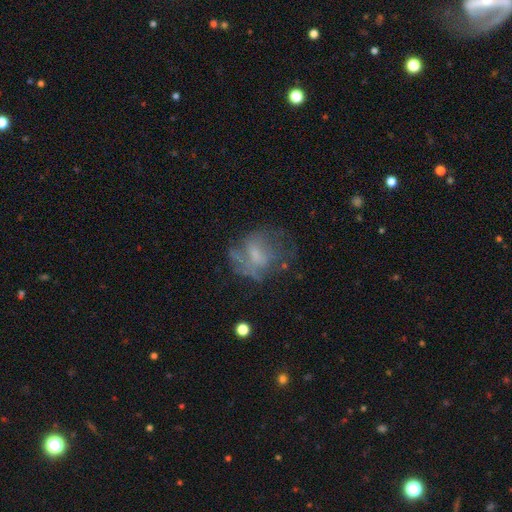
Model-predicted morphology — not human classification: Q: Smooth or featured?
A: featured or disk (51%); runner-up: smooth (35%)
Q: Edge-on disk?
A: no (97%); runner-up: yes (3%)
Q: Merging?
A: none (43%); runner-up: major disturbance (32%)